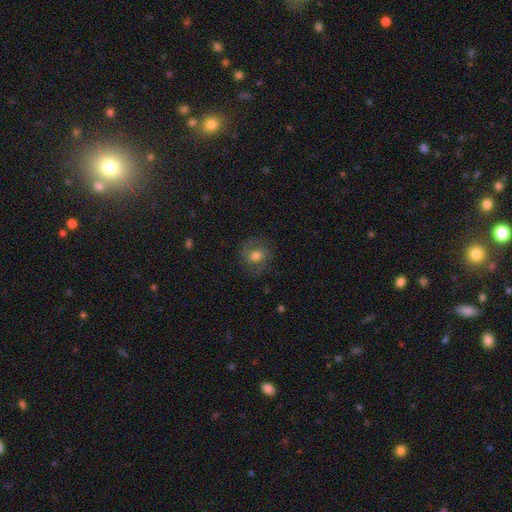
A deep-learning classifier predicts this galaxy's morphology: Smooth or featured? Predicted: smooth (p=0.55). How rounded? Predicted: round (p=0.71). Merging? Predicted: none (p=0.77).